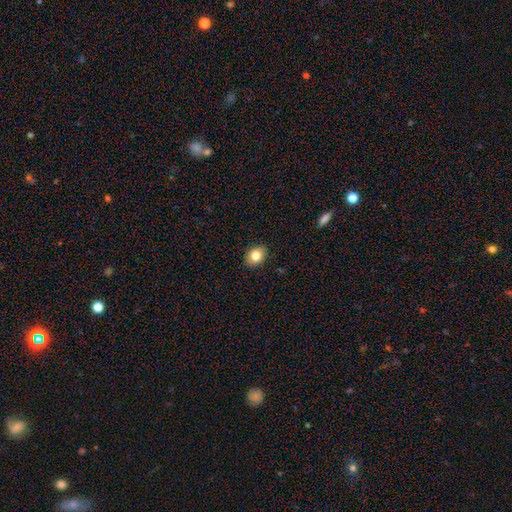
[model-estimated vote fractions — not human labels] Smooth or featured: smooth — 81% (featured or disk — 10%)
How rounded: in between — 60% (round — 39%)
Merging: none — 90% (minor disturbance — 8%)